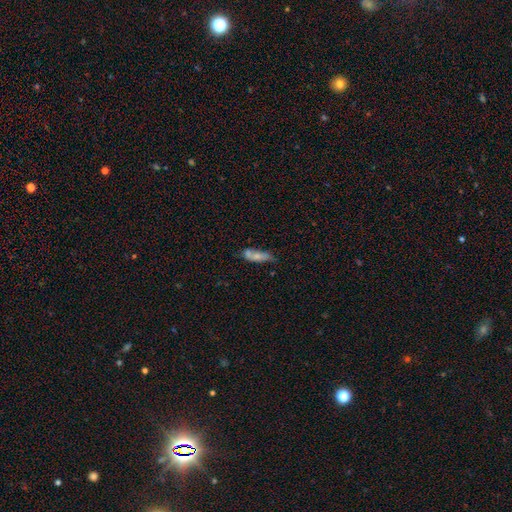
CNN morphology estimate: smooth_or_featured: smooth (p=0.64) [alt: featured or disk p=0.27]
how_rounded: in between (p=0.54) [alt: cigar-shaped p=0.43]
merging: none (p=0.42) [alt: merger p=0.27]